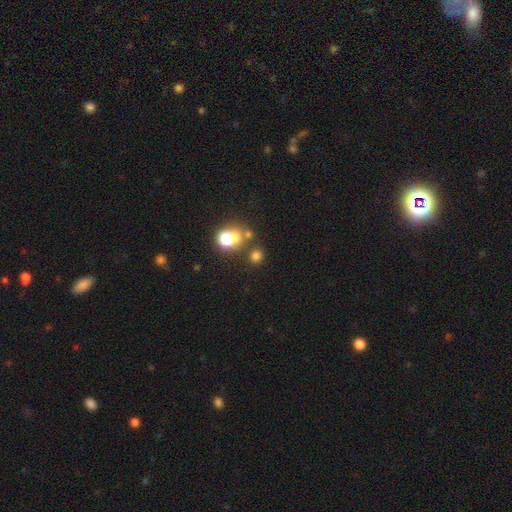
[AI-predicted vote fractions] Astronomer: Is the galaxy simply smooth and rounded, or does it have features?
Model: smooth — 71%.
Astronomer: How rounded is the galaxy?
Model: round — 80%.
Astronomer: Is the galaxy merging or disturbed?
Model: none — 68%.